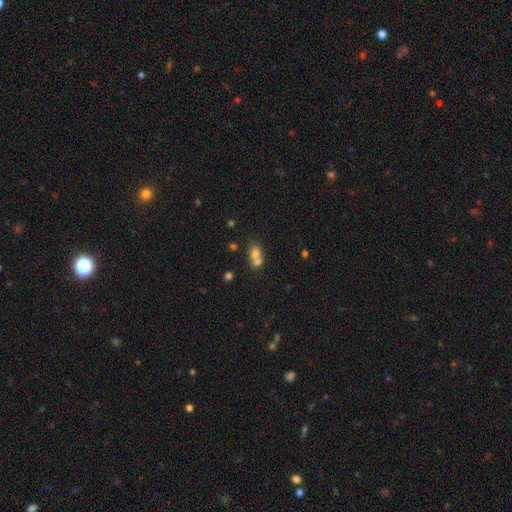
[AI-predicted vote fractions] A smooth galaxy with no disk features (71%) that is in between round and cigar-shaped (54%). Merging: merger (63%).